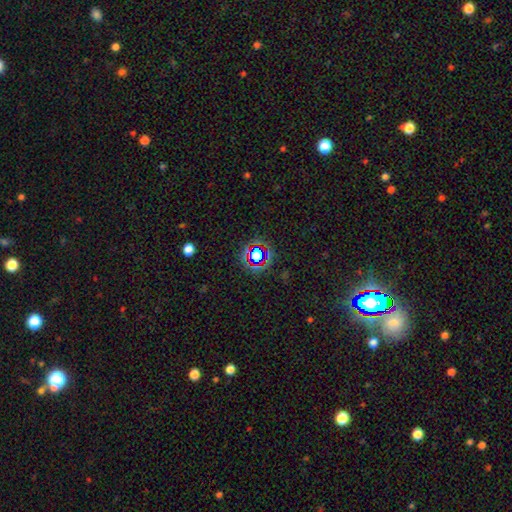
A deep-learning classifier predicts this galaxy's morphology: Smooth or featured?
  - star or artifact: 65% *
  - smooth: 24%
  - featured or disk: 11%